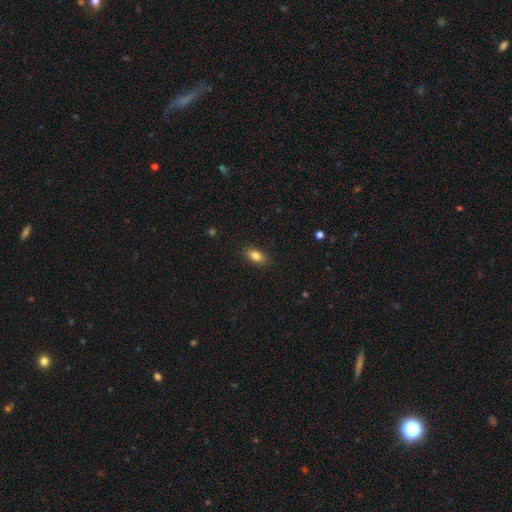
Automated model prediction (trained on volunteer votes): Smooth or featured? smooth (84%)
How rounded? in between (88%)
Merging? none (87%)